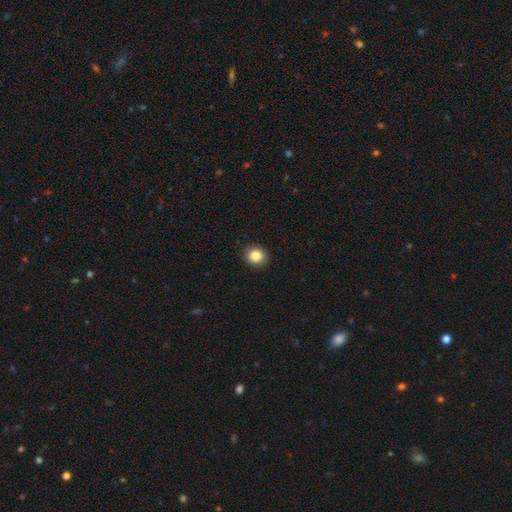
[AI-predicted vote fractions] smooth_or_featured: smooth (p=0.85) [alt: star or artifact p=0.10]
how_rounded: round (p=0.81) [alt: in between p=0.18]
merging: none (p=0.91) [alt: minor disturbance p=0.06]